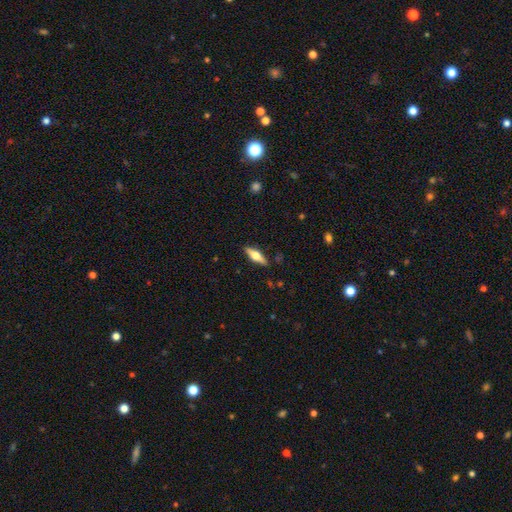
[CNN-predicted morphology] featured or disk 57%, smooth 37%, star or artifact 6%. Down the decision tree: edge-on disk — yes (94%); edge-on bulge — rounded (94%); merging — none (89%).